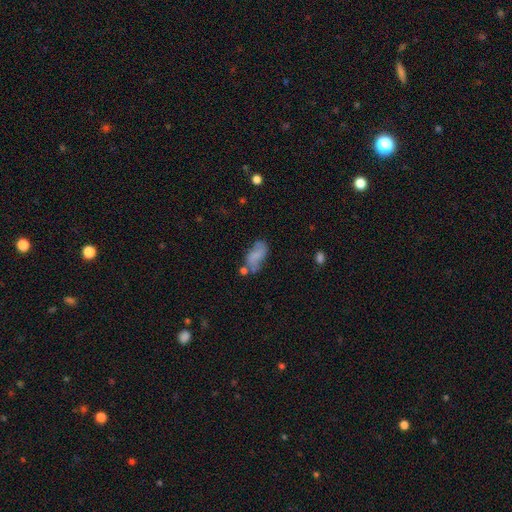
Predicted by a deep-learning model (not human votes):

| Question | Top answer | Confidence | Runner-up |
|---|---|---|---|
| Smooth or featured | smooth | 64% | featured or disk (26%) |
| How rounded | in between | 88% | cigar-shaped (7%) |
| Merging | none | 47% | minor disturbance (25%) |